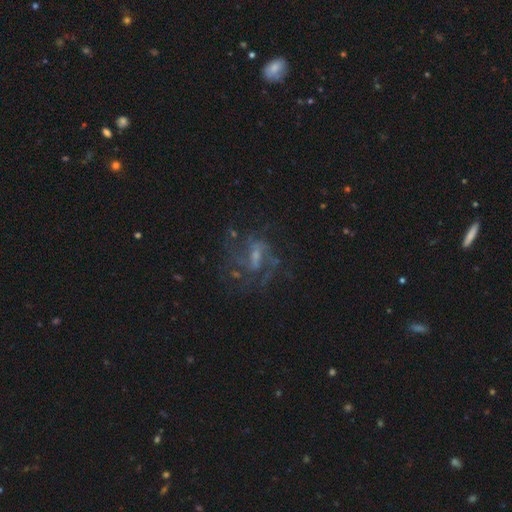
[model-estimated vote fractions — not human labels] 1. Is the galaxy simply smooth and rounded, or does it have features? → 75% featured or disk, 12% star or artifact, 12% smooth.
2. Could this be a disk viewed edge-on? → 96% no, 4% yes.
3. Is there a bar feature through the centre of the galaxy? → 52% weak, 28% no, 20% strong.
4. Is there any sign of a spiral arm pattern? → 83% yes, 17% no.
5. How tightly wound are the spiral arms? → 47% medium, 29% loose, 24% tight.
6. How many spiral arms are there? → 32% can't tell, 31% 2, 19% 3, 8% 4, 6% 1, 4% more than 4.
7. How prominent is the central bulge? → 51% small, 29% moderate, 16% none, 3% large, 1% dominant.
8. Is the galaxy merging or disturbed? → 58% none, 22% major disturbance, 17% minor disturbance, 3% merger.